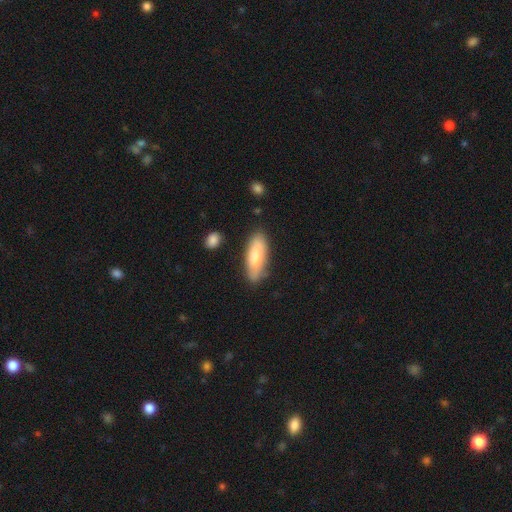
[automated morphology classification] A smooth galaxy with no disk features (75%) that is in between round and cigar-shaped (64%). Merging: none (78%).